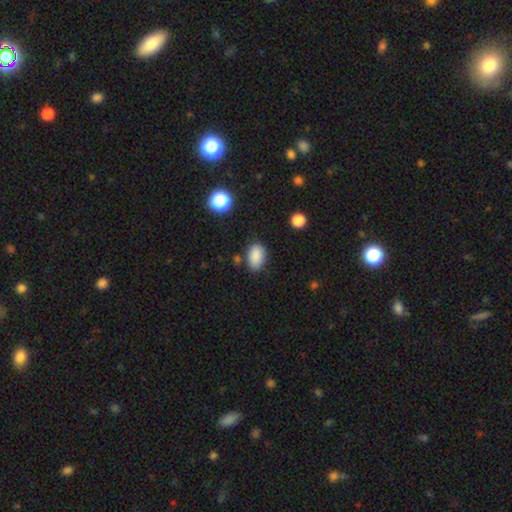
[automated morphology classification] type=smooth (87%); roundness=in between (89%); merging=none (74%).